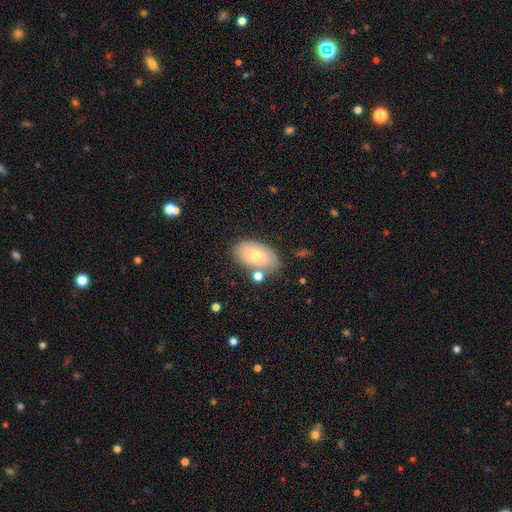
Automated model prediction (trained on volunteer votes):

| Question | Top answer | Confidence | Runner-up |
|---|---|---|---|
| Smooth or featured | smooth | 52% | featured or disk (39%) |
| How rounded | in between | 89% | round (9%) |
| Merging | none | 72% | minor disturbance (16%) |